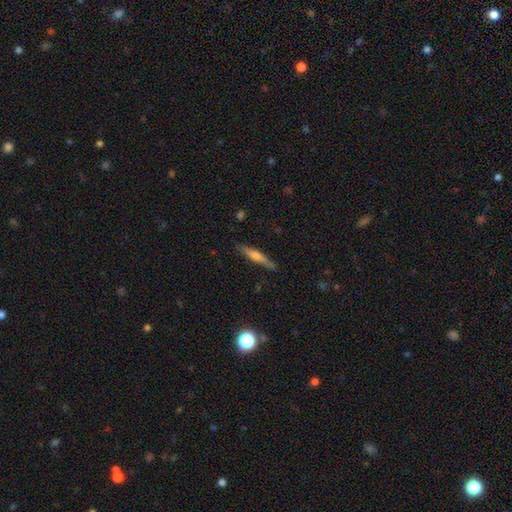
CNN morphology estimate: This is possibly a featured or disk galaxy (55%). It is clearly viewed edge-on (96%). Edge-on bulge: likely rounded (79%). Merging: clearly none (86%).